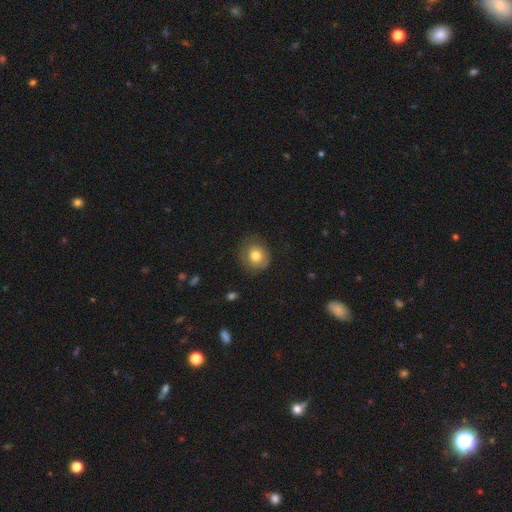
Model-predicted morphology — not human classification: Smooth or featured? Predicted: smooth (p=0.76). How rounded? Predicted: round (p=0.82). Merging? Predicted: none (p=0.74).